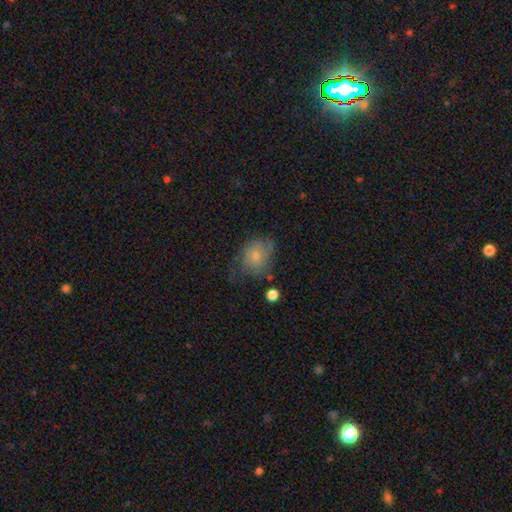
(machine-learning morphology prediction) type=smooth (67%); roundness=round (51%); merging=none (47%).